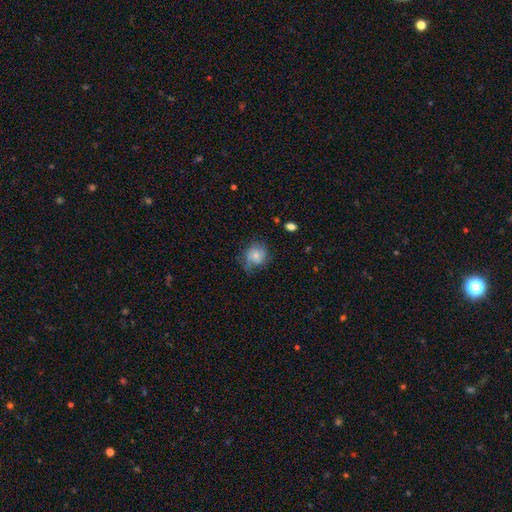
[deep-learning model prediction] smooth-or-featured: smooth: 64% | featured or disk: 27% | star or artifact: 9%
  how-rounded: round: 72% | in between: 27% | cigar-shaped: 1%
  merging: none: 51% | minor disturbance: 31% | major disturbance: 16% | merger: 2%